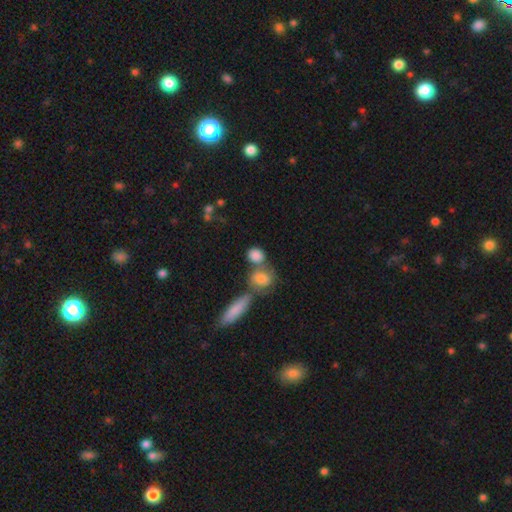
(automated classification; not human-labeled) A smooth galaxy with no disk features (82%) that is round (57%). Merging: none (47%).